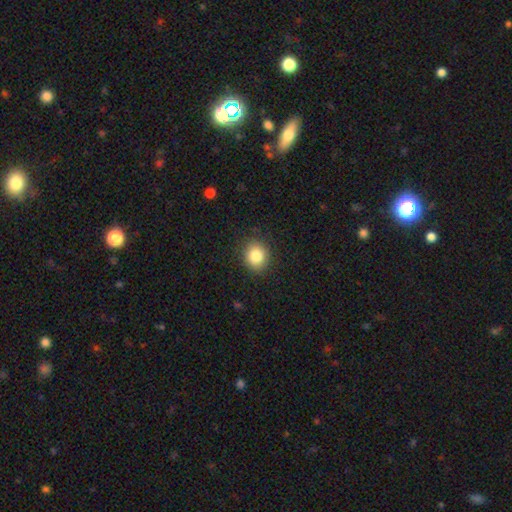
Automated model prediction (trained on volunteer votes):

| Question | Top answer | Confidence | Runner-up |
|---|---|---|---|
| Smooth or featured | smooth | 83% | star or artifact (10%) |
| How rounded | round | 74% | in between (25%) |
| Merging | none | 88% | minor disturbance (9%) |